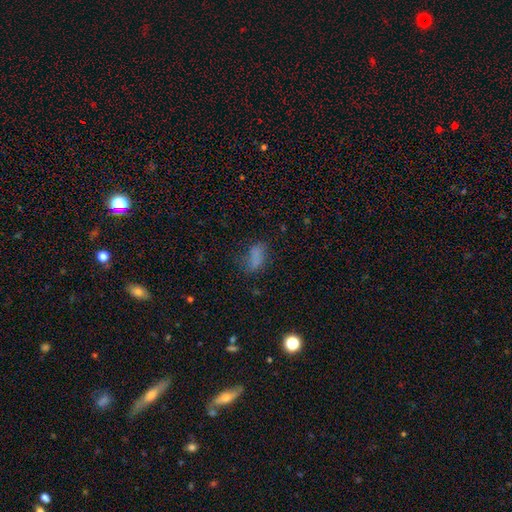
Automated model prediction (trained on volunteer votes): A smooth galaxy with no disk features (68%) that is in between round and cigar-shaped (82%).

Vote fractions:
- Smooth or featured? smooth: 68% / star or artifact: 18% / featured or disk: 14%
- How rounded? in between: 82% / cigar-shaped: 9% / round: 8%
- Merging? none: 51% / minor disturbance: 26% / major disturbance: 18% / merger: 5%